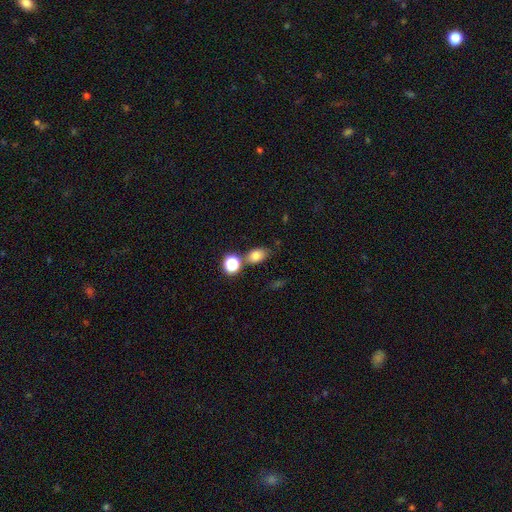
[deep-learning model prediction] Overall: smooth (77%). How rounded: in between (73%). Merging: none (65%).